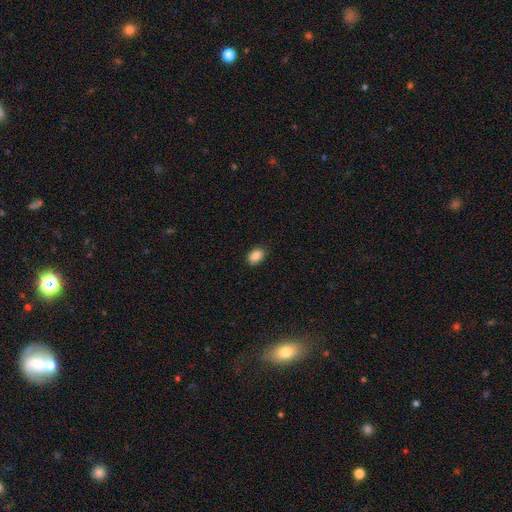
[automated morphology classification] This appears to be a smooth galaxy with no disk features (88%) that is in between round and cigar-shaped (85%). Merging: none (88%).